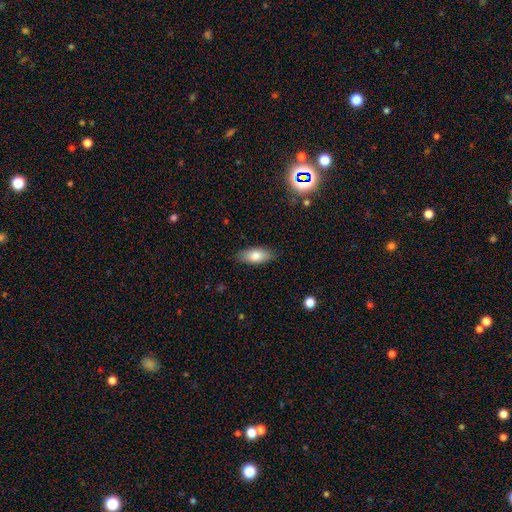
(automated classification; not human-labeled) Q: Smooth or featured?
A: smooth (80%); runner-up: featured or disk (14%)
Q: How rounded?
A: in between (87%); runner-up: cigar-shaped (10%)
Q: Merging?
A: none (85%); runner-up: minor disturbance (12%)